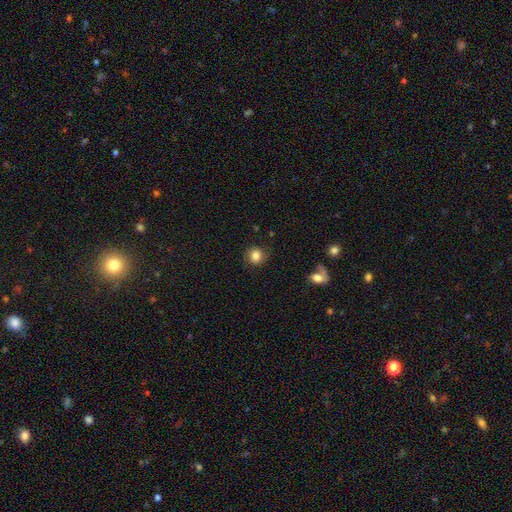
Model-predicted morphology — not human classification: smooth-or-featured: smooth: 83% | star or artifact: 10% | featured or disk: 7%
  how-rounded: round: 83% | in between: 16% | cigar-shaped: 1%
  merging: none: 83% | minor disturbance: 11% | major disturbance: 4% | merger: 2%